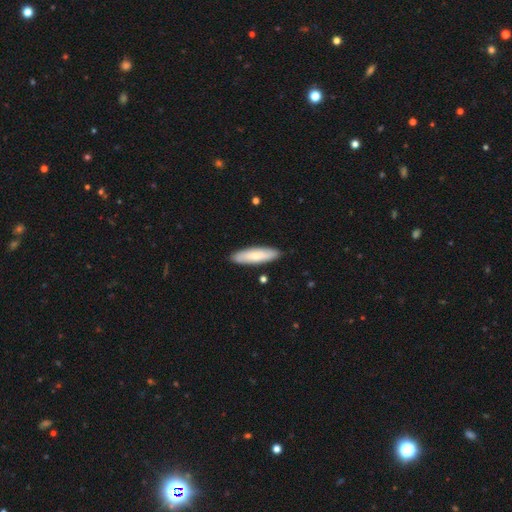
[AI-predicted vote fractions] This appears to be a smooth galaxy with no disk features (73%) that is cigar-shaped (70%). Merging: none (89%).